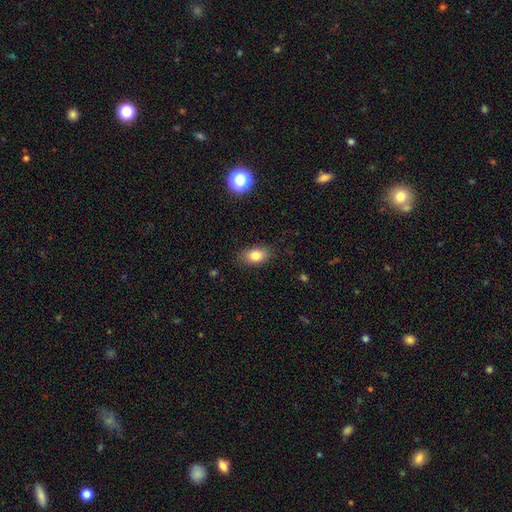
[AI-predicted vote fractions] smooth_or_featured: smooth (p=0.82) [alt: star or artifact p=0.09]
how_rounded: in between (p=0.87) [alt: round p=0.11]
merging: none (p=0.84) [alt: minor disturbance p=0.12]